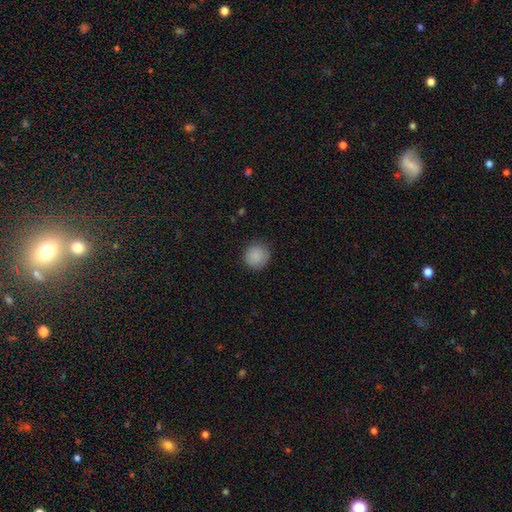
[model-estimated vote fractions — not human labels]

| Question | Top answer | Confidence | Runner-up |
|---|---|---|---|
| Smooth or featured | smooth | 88% | star or artifact (8%) |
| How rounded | round | 92% | in between (7%) |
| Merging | none | 86% | minor disturbance (11%) |